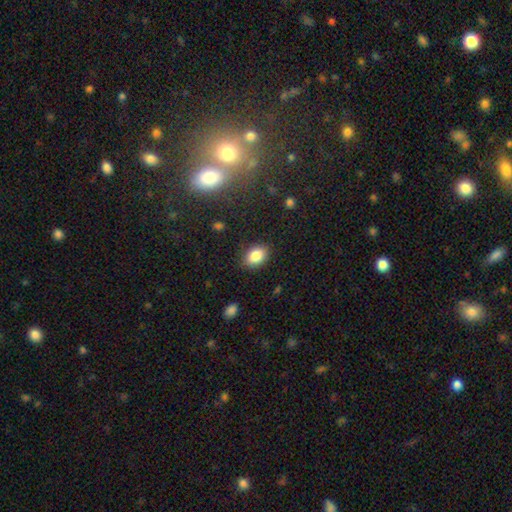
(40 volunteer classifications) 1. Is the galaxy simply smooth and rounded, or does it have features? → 85% smooth, 10% star or artifact, 5% featured or disk.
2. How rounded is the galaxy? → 79% in between, 18% round, 3% cigar-shaped.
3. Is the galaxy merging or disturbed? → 94% none, 3% minor disturbance, 3% major disturbance, 0% merger.